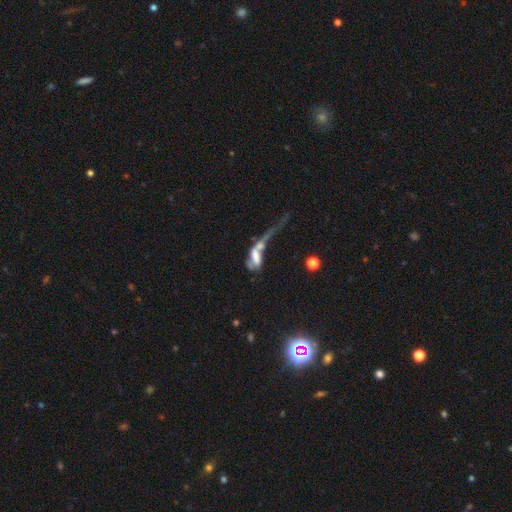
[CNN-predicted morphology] type=featured or disk (47%); merging=merger (42%).